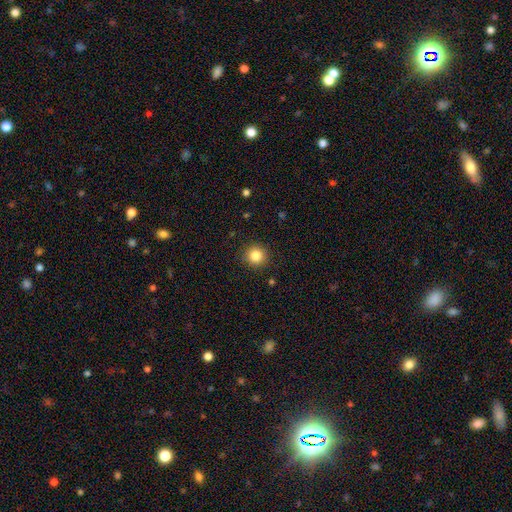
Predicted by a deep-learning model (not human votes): Smooth or featured? smooth (85%)
How rounded? round (94%)
Merging? none (92%)